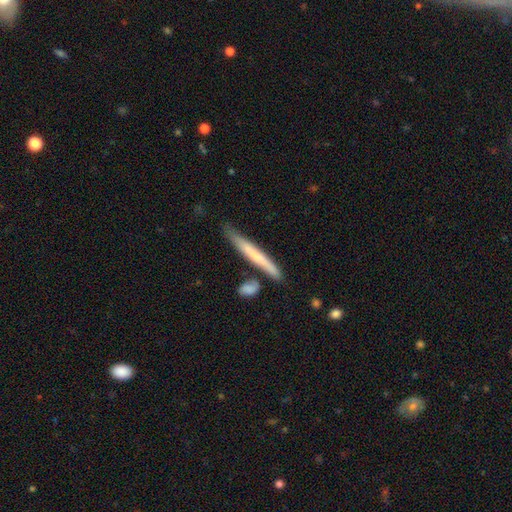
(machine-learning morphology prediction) A featured or disk galaxy (47%). Merging: none (79%).